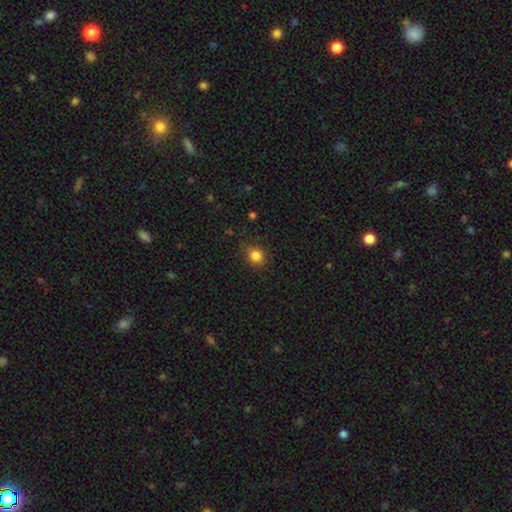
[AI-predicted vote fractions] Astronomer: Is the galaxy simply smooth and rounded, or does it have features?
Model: smooth — 84%.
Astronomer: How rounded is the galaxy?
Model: round — 77%.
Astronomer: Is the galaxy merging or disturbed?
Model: none — 79%.